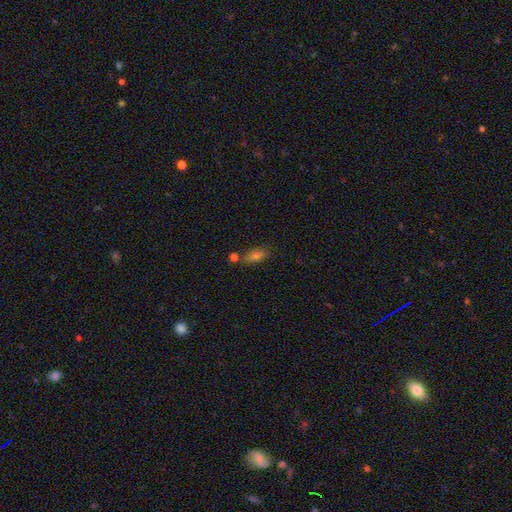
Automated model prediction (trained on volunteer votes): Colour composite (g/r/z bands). It shows a smooth galaxy with no disk features (68%) that is in between round and cigar-shaped (69%). Merging: none (73%).